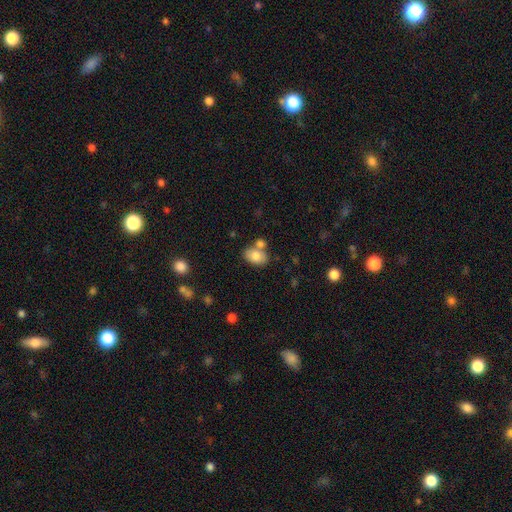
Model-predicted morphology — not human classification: smooth-or-featured: smooth: 79% | featured or disk: 13% | star or artifact: 8%
  how-rounded: in between: 83% | round: 15% | cigar-shaped: 1%
  merging: none: 58% | merger: 26% | minor disturbance: 12% | major disturbance: 4%